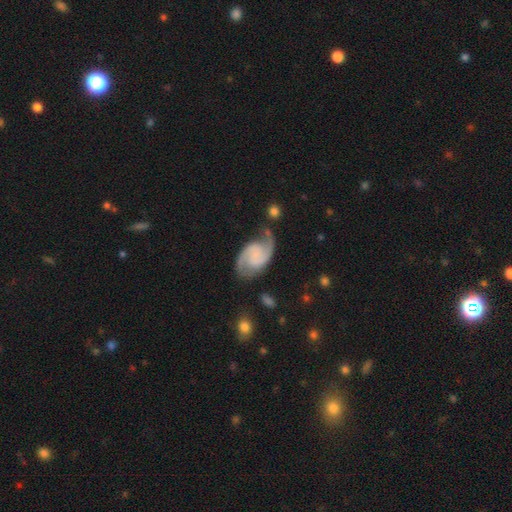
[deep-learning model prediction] Overall: featured or disk (86%). Edge-on disk: no (98%). Bar: no (58%; weak 33%). Spiral arms: yes (97%). Spiral arm count: 2 (93%). Spiral winding: medium (51%; loose 29%). Bulge size: none (53%; small 31%). Merging: none (65%).